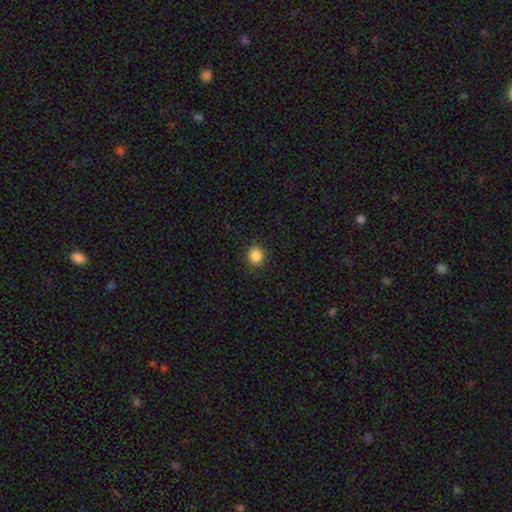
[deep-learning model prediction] Smooth or featured?
  - smooth: 86% *
  - star or artifact: 11%
  - featured or disk: 3%
How rounded?
  - round: 87% *
  - in between: 12%
  - cigar-shaped: 1%
Merging?
  - none: 90% *
  - minor disturbance: 7%
  - major disturbance: 2%
  - merger: 1%